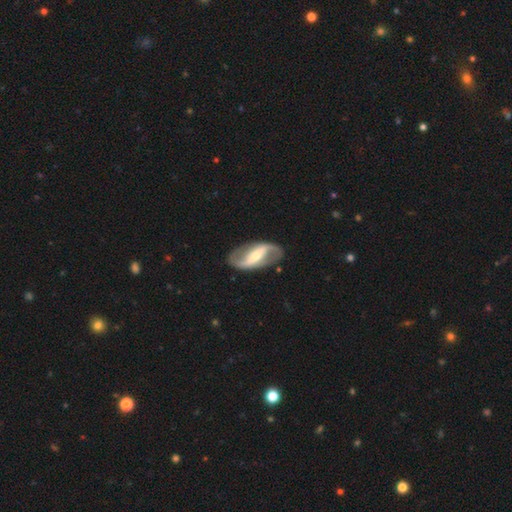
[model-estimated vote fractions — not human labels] Smooth or featured? featured or disk (87%)
Edge-on disk? no (95%)
Bar? strong (63%)
Spiral arms? yes (91%)
Spiral winding? loose (62%)
Spiral arm count? 2 (93%)
Bulge size? small (50%)
Merging? none (85%)